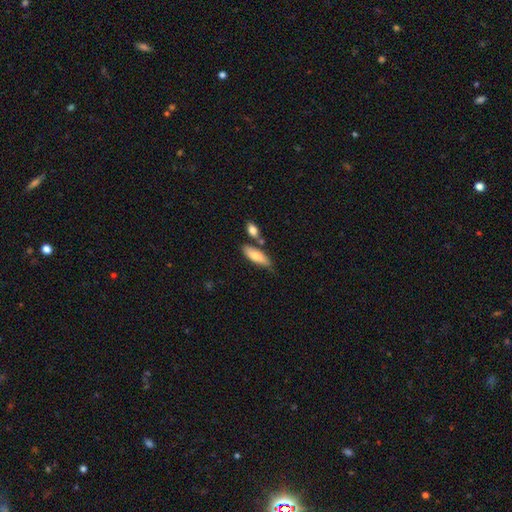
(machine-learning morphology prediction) smooth_or_featured: smooth (p=0.76) [alt: featured or disk p=0.18]
how_rounded: in between (p=0.65) [alt: cigar-shaped p=0.33]
merging: none (p=0.58) [alt: minor disturbance p=0.20]